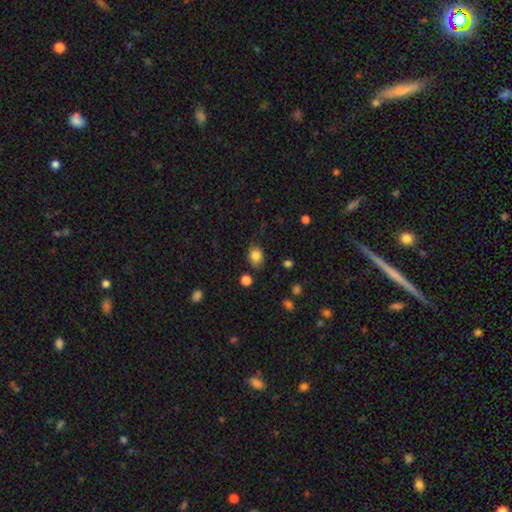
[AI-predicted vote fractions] Smooth or featured? Predicted: smooth (p=0.84). How rounded? Predicted: in between (p=0.52). Merging? Predicted: none (p=0.78).